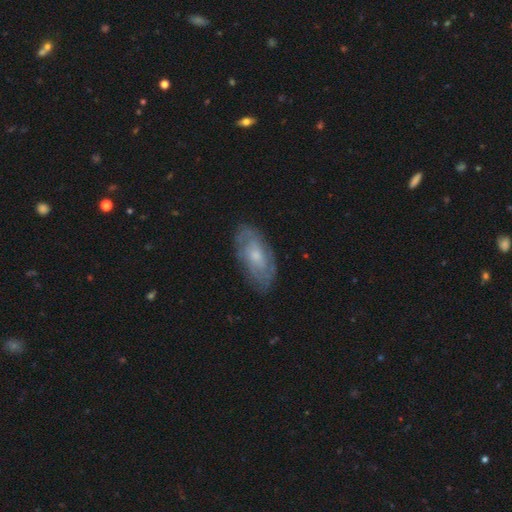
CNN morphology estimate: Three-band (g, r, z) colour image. It shows a featured or disk galaxy (64%) with no bar (72%), spiral arms (77%) and a small central bulge (47%). Merging: none (77%).